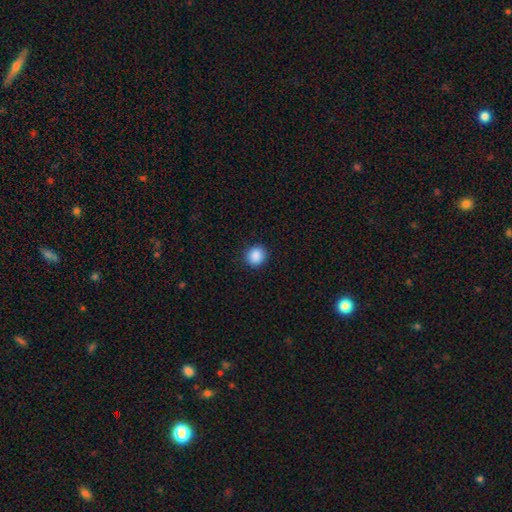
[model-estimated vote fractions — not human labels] A smooth galaxy with no disk features (89%) that is round (87%).

Vote fractions:
- Smooth or featured? smooth: 89% / star or artifact: 9% / featured or disk: 2%
- How rounded? round: 87% / in between: 12% / cigar-shaped: 1%
- Merging? none: 91% / minor disturbance: 6% / major disturbance: 2% / merger: 1%